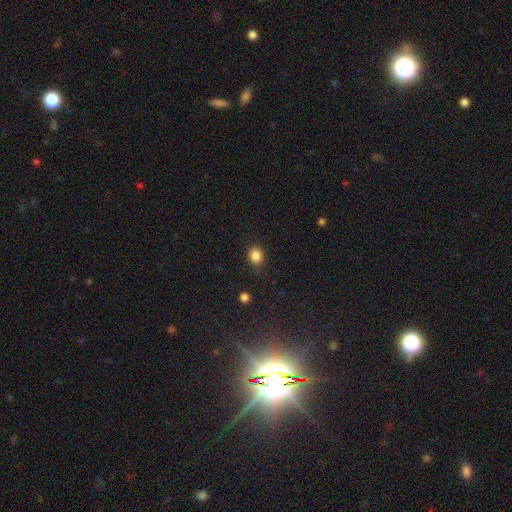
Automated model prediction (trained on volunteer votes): smooth 85%, star or artifact 11%, featured or disk 4%. Down the decision tree: how rounded — round (67%); merging — none (85%).